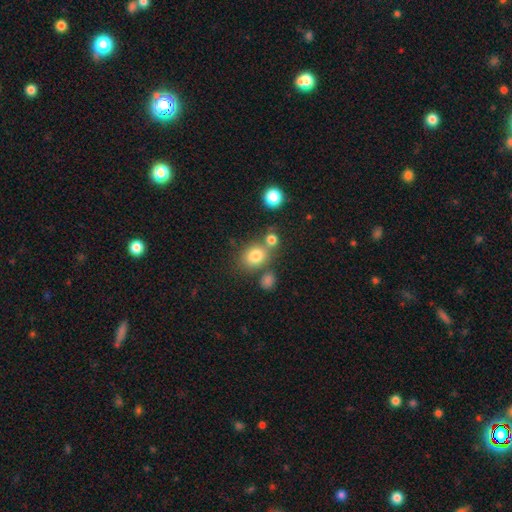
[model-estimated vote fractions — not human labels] Overall: smooth (79%). How rounded: round (58%; in between 41%). Merging: none (58%; merger 26%).